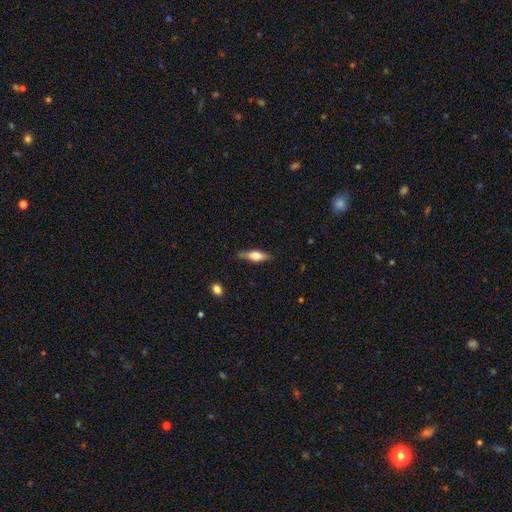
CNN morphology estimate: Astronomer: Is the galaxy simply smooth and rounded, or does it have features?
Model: smooth — 53% (runner-up: featured or disk, 41%).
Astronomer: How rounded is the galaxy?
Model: cigar-shaped — 49% (runner-up: in between, 48%).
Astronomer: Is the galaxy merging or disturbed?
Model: none — 77%.